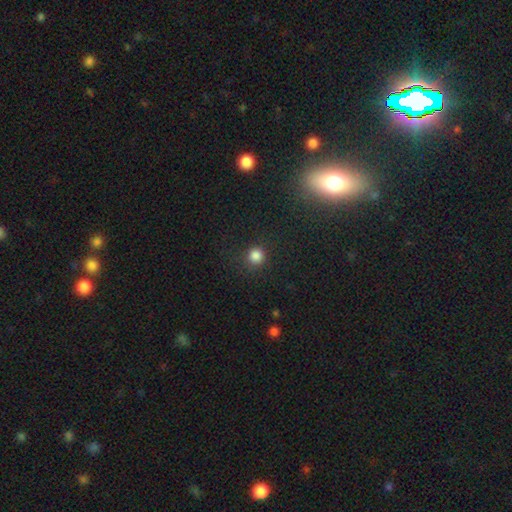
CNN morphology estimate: This appears to be a smooth galaxy with no disk features (83%) that is round (93%). Merging: none (87%).